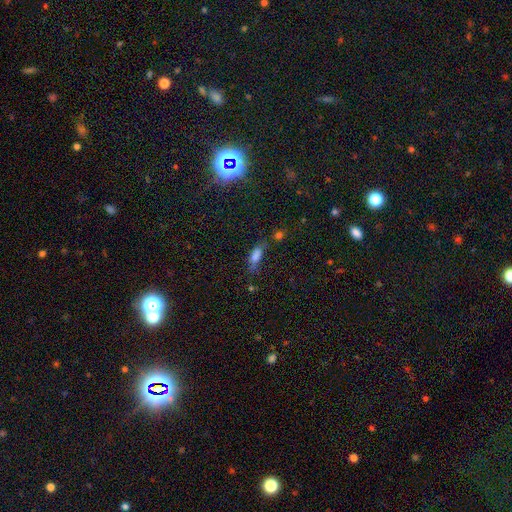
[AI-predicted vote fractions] Smooth or featured? smooth (74%)
How rounded? in between (67%)
Merging? none (50%)